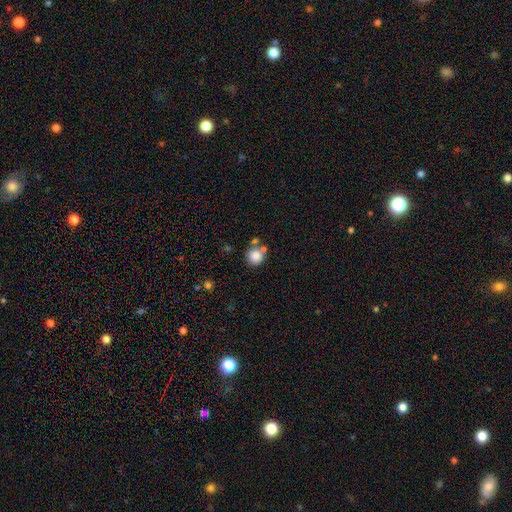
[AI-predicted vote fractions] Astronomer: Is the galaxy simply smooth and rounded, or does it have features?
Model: smooth — 84%.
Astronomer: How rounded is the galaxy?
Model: round — 92%.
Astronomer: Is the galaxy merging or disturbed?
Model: none — 66%.